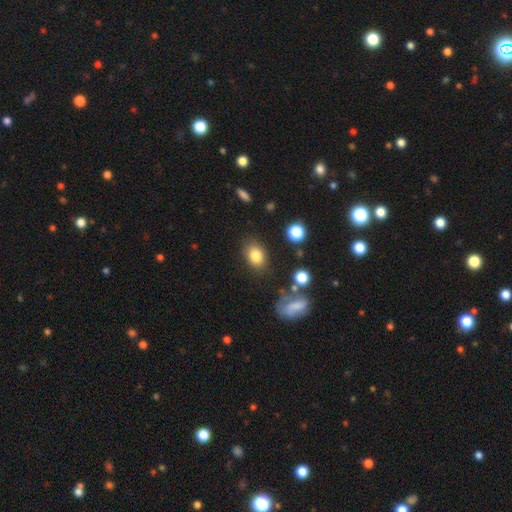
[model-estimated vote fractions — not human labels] Overall: smooth (82%). How rounded: in between (71%). Merging: none (80%).